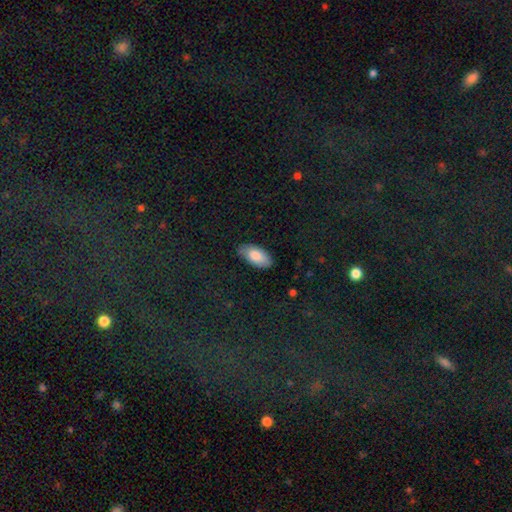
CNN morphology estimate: smooth-or-featured: smooth: 82% | featured or disk: 12% | star or artifact: 6%
  how-rounded: in between: 94% | cigar-shaped: 4% | round: 2%
  merging: none: 79% | minor disturbance: 17% | major disturbance: 3% | merger: 1%